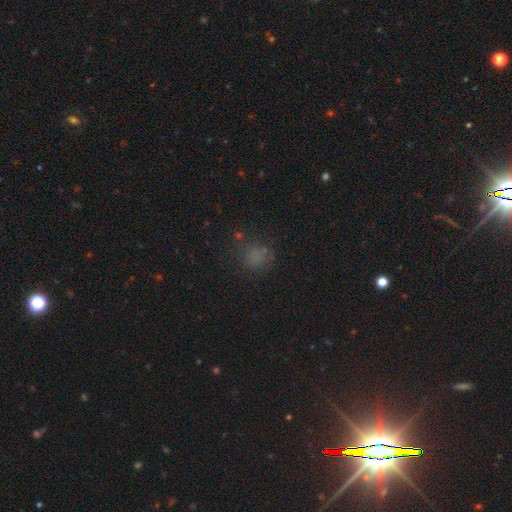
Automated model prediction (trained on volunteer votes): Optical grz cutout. It shows a smooth galaxy with no disk features (66%) that is round (82%). Merging: none (71%).